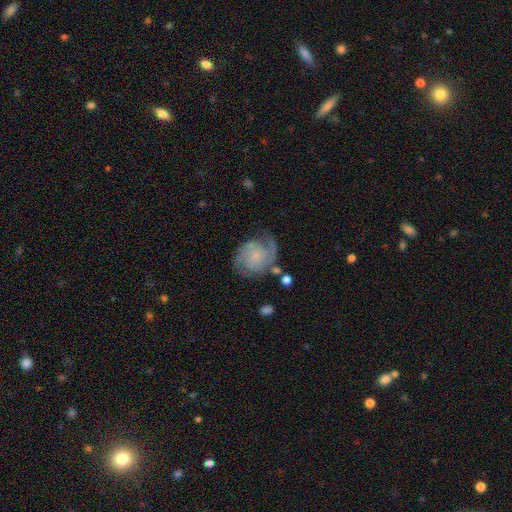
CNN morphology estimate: type=featured or disk (76%); edge-on=no (98%); bar=no (68%); spiral arms=yes (95%); winding=tight (45%); arm count=2 (69%); bulge=small (54%); merging=none (67%).